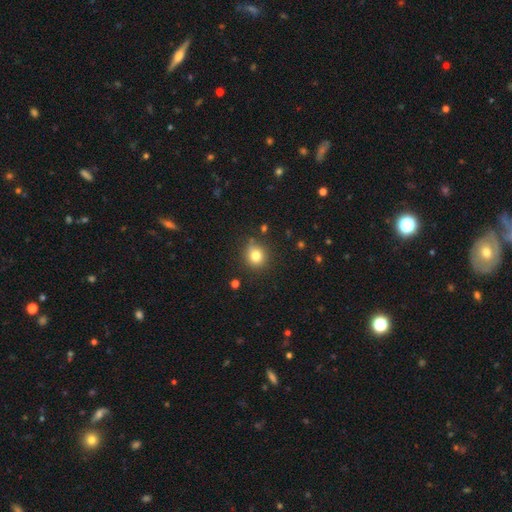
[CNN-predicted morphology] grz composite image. It shows a smooth galaxy with no disk features (79%) that is round (84%). Merging: none (81%).